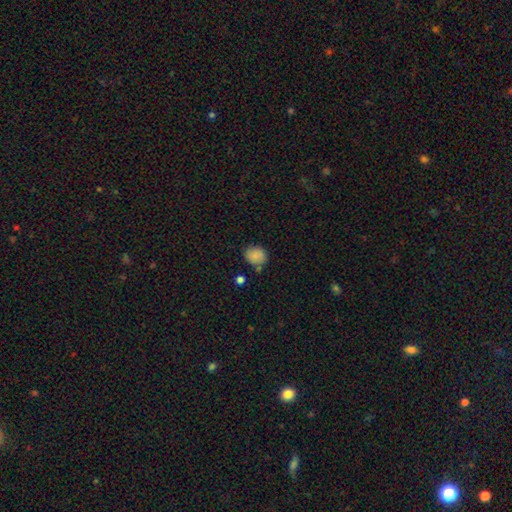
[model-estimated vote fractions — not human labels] Morphology: type=smooth (85%); roundness=round (69%); merging=none (72%).